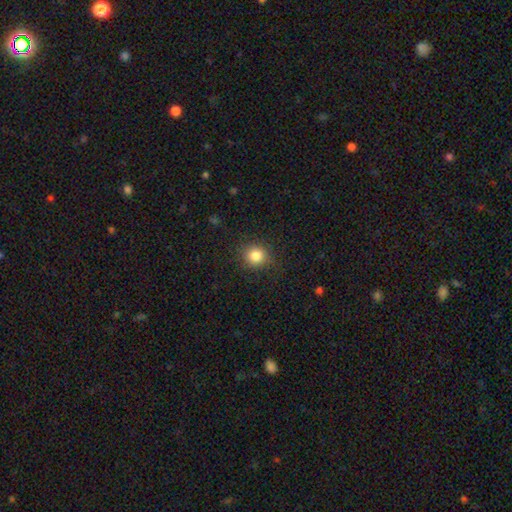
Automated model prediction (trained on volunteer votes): A smooth galaxy with no disk features (84%) that is round (88%). Merging: none (87%).